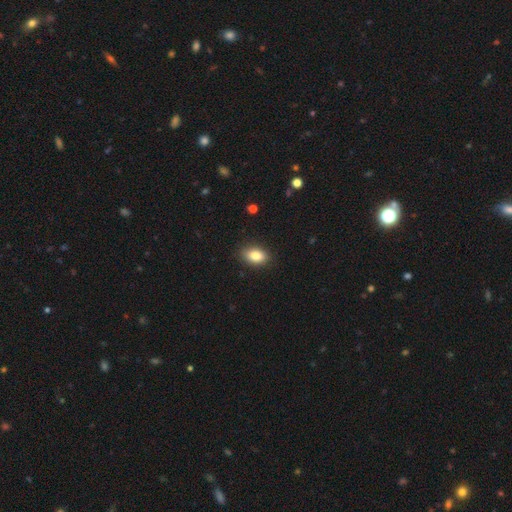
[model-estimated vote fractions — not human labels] Smooth or featured? smooth (83%)
How rounded? in between (87%)
Merging? none (87%)